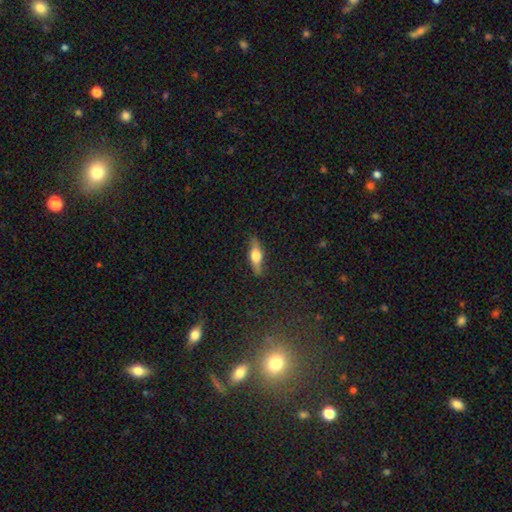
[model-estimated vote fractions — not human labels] A featured or disk galaxy (48%). Merging: none (86%).